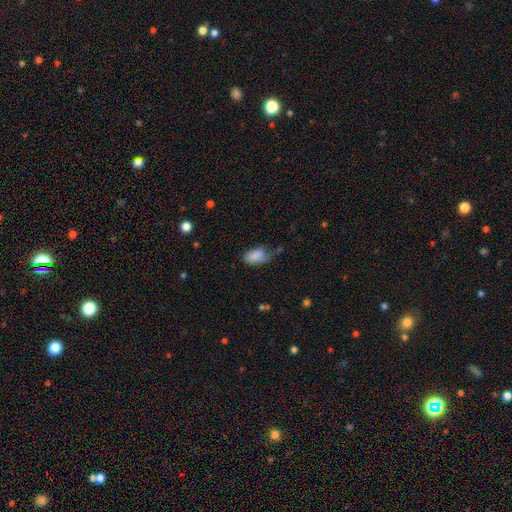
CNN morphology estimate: Smooth or featured: smooth — 79% (featured or disk — 13%)
How rounded: in between — 93% (round — 5%)
Merging: minor disturbance — 38% (none — 37%)